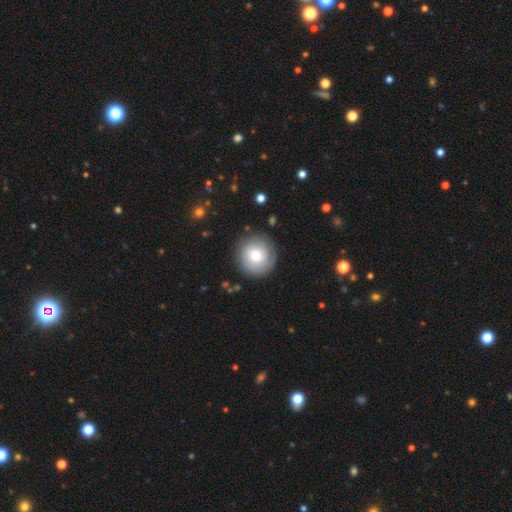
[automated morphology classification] A smooth galaxy with no disk features (62%) that is round (94%). Merging: none (85%).